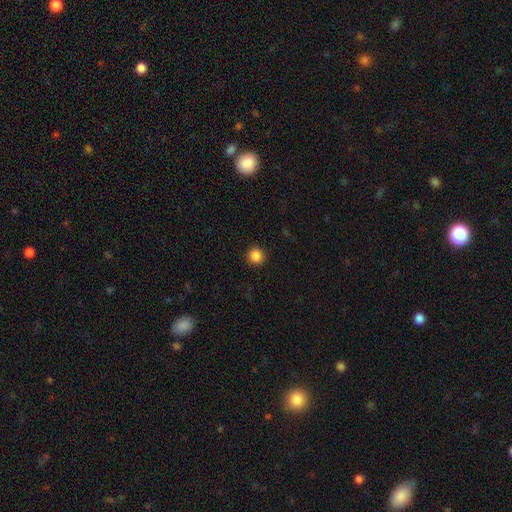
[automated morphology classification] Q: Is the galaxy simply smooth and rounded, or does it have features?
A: smooth — 86%.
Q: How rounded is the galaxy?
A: round — 94%.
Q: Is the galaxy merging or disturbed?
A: none — 92%.